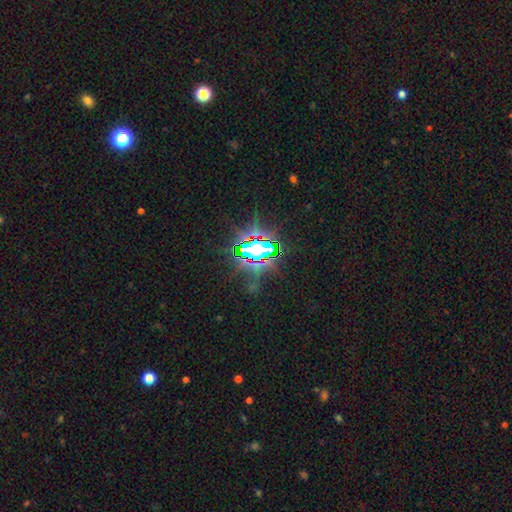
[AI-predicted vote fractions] Q: Smooth or featured?
A: star or artifact (79%); runner-up: smooth (11%)